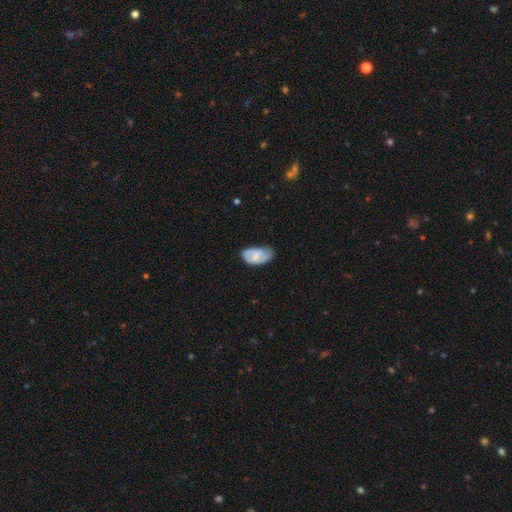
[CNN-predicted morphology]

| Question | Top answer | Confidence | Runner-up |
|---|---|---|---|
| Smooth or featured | smooth | 56% | featured or disk (37%) |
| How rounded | in between | 93% | round (5%) |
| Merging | none | 52% | minor disturbance (35%) |